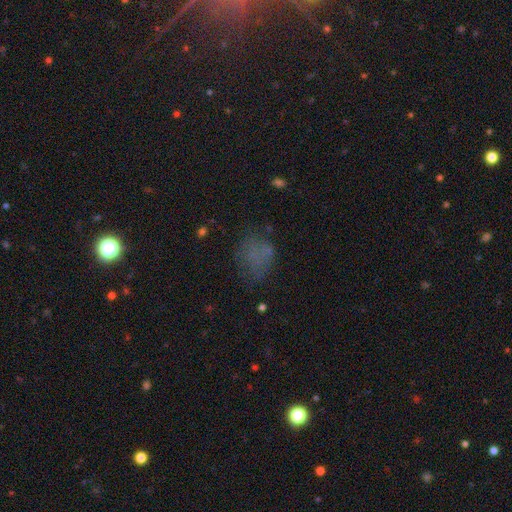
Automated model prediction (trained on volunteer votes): smooth_or_featured: smooth (p=0.55) [alt: star or artifact p=0.26]
how_rounded: in between (p=0.50) [alt: round p=0.48]
merging: none (p=0.57) [alt: minor disturbance p=0.21]